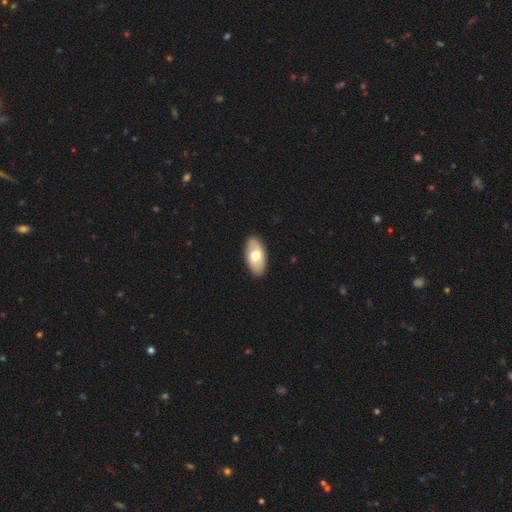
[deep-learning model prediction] Smooth or featured?
  - smooth: 65% *
  - featured or disk: 30%
  - star or artifact: 6%
How rounded?
  - in between: 93% *
  - round: 4%
  - cigar-shaped: 2%
Merging?
  - none: 89% *
  - minor disturbance: 9%
  - major disturbance: 2%
  - merger: 1%